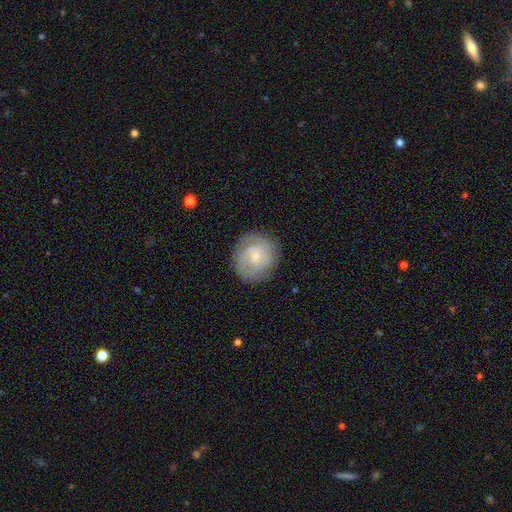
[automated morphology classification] smooth-or-featured: featured or disk: 61% | smooth: 32% | star or artifact: 7%
  disk-edge-on: no: 97% | yes: 3%
    bar: no: 62% | weak: 33% | strong: 5%
    has-spiral-arms: yes: 83% | no: 17%
    bulge-size: small: 66% | moderate: 29% | none: 2% | large: 2% | dominant: 1%
  merging: none: 80% | minor disturbance: 14% | major disturbance: 5% | merger: 1%